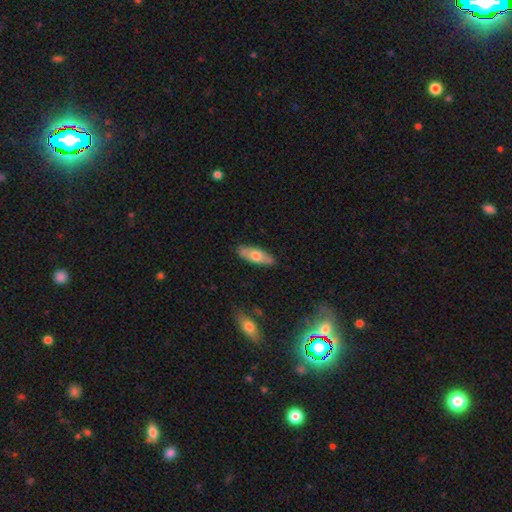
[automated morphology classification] smooth 61%, featured or disk 34%, star or artifact 6%. Down the decision tree: how rounded — in between (67%); merging — none (85%).